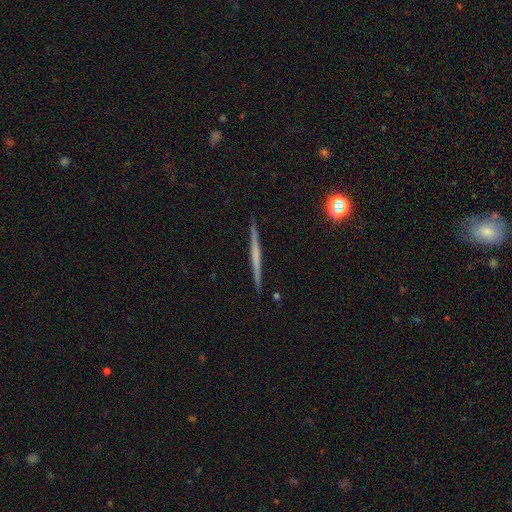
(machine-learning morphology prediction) type=featured or disk (58%); edge-on=yes (98%); edge-on bulge=none (84%); merging=none (92%).